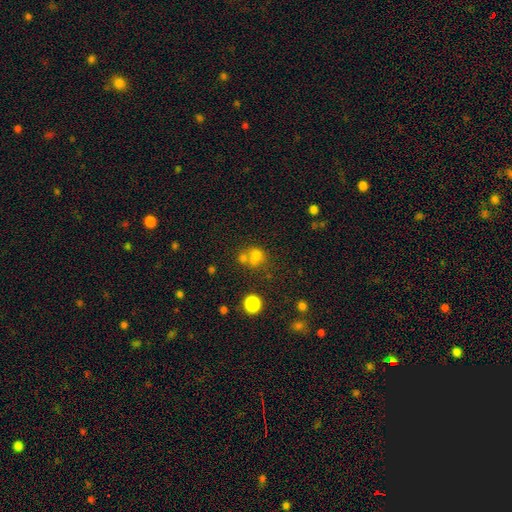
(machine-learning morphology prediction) A smooth galaxy with no disk features (69%) that is round (73%). Merging: merger (42%).